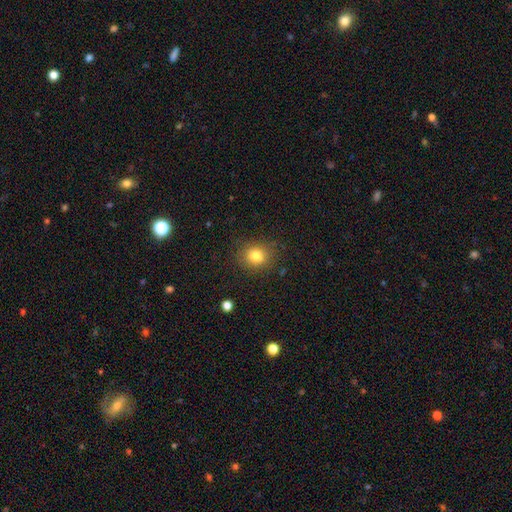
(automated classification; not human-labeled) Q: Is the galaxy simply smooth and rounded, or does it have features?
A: smooth — 81%.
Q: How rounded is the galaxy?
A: round — 69%.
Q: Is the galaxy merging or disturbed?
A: none — 85%.